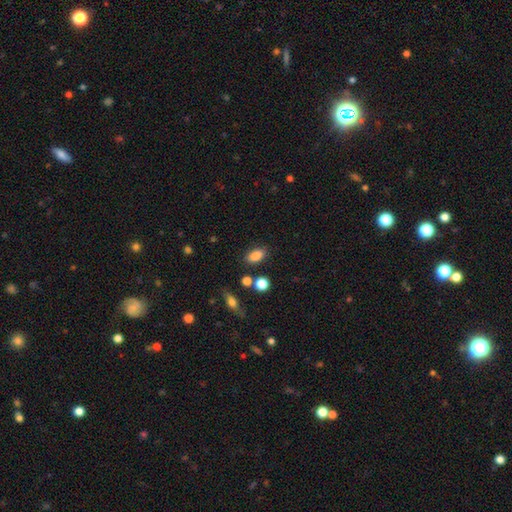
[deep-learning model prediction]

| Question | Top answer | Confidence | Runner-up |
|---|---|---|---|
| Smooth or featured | smooth | 85% | star or artifact (9%) |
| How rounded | in between | 87% | round (8%) |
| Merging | none | 82% | minor disturbance (11%) |